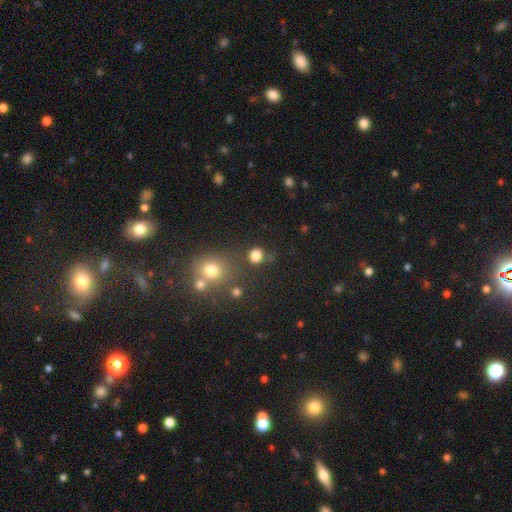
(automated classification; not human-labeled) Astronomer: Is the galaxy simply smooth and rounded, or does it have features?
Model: smooth — 80%.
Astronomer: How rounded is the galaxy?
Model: round — 82%.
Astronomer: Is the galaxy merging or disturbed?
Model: none — 72%.